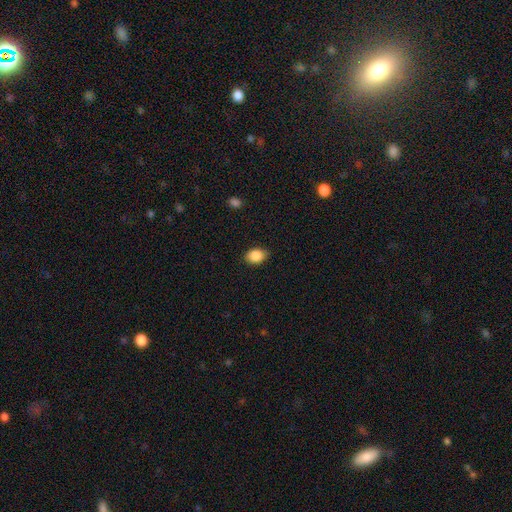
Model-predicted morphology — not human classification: Smooth or featured: smooth — 88% (star or artifact — 8%)
How rounded: in between — 75% (round — 24%)
Merging: none — 85% (minor disturbance — 11%)